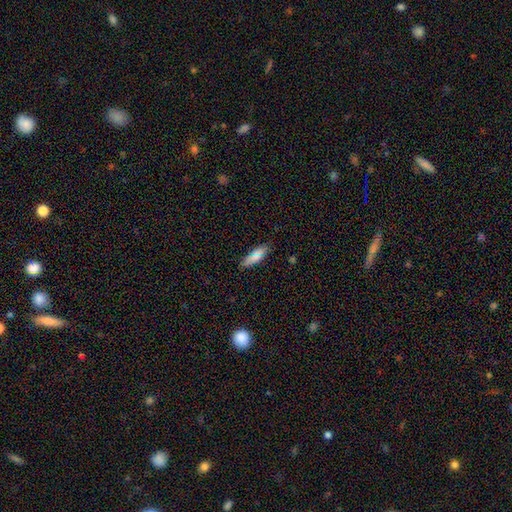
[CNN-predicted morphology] smooth 80%, featured or disk 12%, star or artifact 8%. Down the decision tree: how rounded — in between (54%); merging — none (84%).